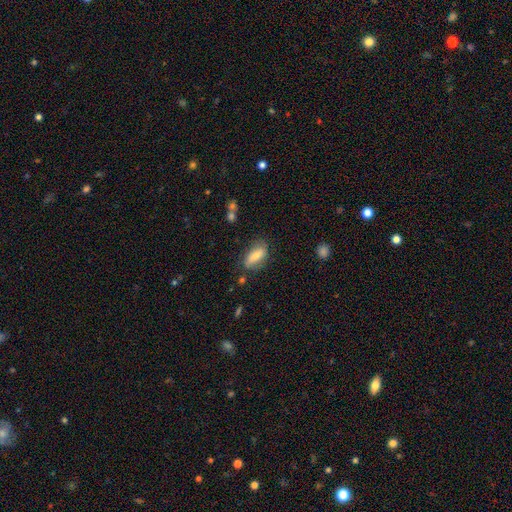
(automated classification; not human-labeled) A smooth galaxy with no disk features (68%) that is in between round and cigar-shaped (81%). Merging: none (71%).